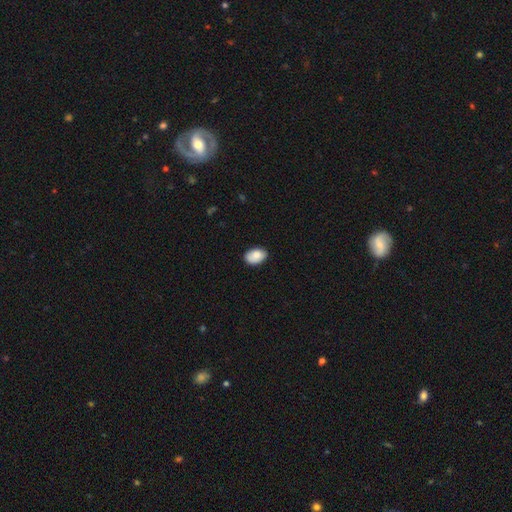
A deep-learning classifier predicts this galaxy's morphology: This appears to be a smooth galaxy with no disk features (84%) that is in between round and cigar-shaped (86%). Merging: none (82%).